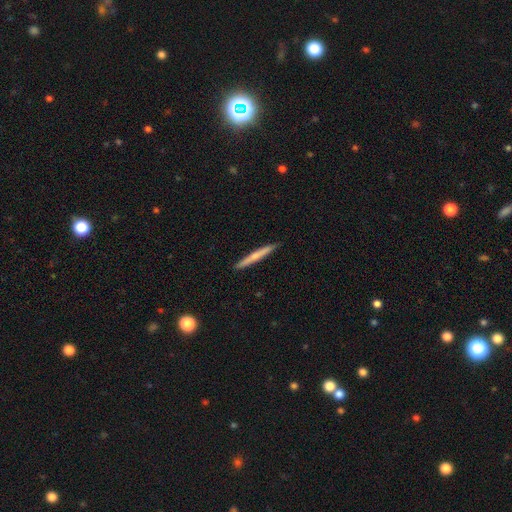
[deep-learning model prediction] smooth 52%, featured or disk 43%, star or artifact 6%. Down the decision tree: how rounded — cigar-shaped (96%); merging — none (91%).